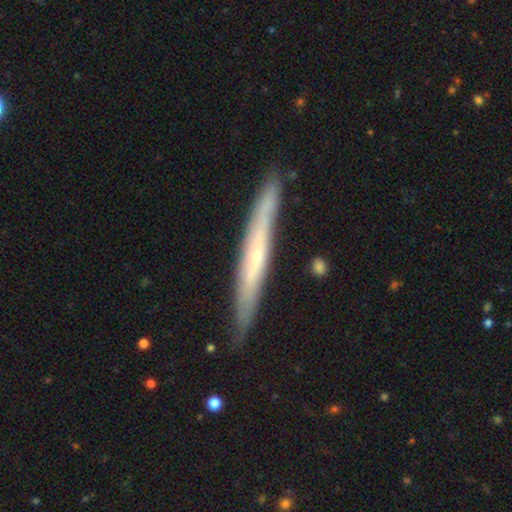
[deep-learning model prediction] featured or disk 64%, smooth 31%, star or artifact 6%. Down the decision tree: edge-on disk — yes (90%); edge-on bulge — none (53%); merging — none (85%).